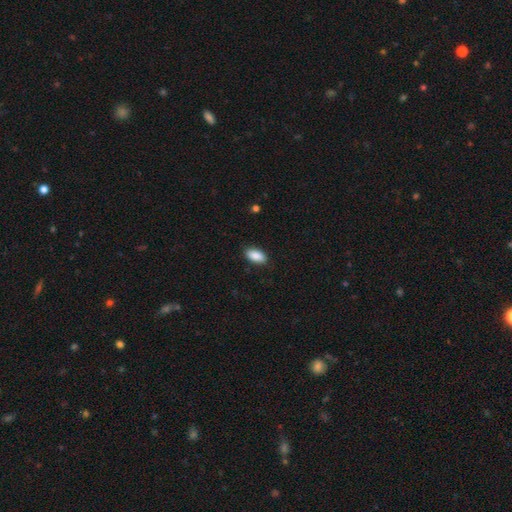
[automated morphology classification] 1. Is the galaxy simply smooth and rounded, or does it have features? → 89% smooth, 7% star or artifact, 4% featured or disk.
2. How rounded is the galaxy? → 93% in between, 4% cigar-shaped, 3% round.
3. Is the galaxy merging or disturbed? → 86% none, 10% minor disturbance, 2% major disturbance, 1% merger.